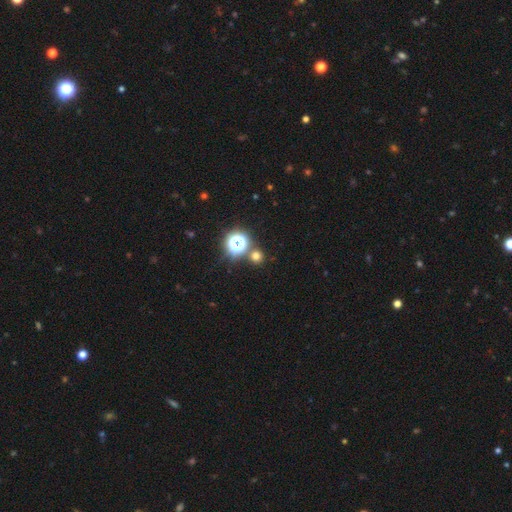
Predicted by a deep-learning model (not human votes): Smooth or featured?
  - smooth: 65% *
  - star or artifact: 29%
  - featured or disk: 6%
How rounded?
  - round: 91% *
  - in between: 8%
  - cigar-shaped: 1%
Merging?
  - none: 80% *
  - merger: 11%
  - minor disturbance: 7%
  - major disturbance: 3%